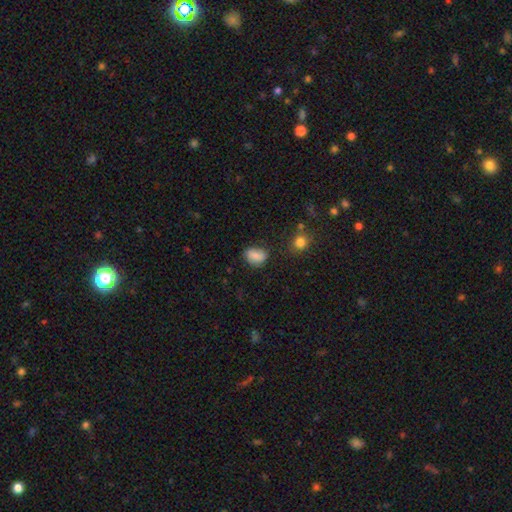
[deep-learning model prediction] smooth 80%, featured or disk 11%, star or artifact 9%. Down the decision tree: how rounded — in between (64%); merging — none (69%).